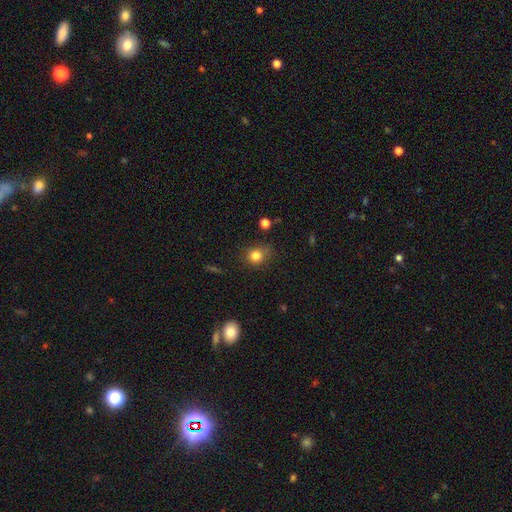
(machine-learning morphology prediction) smooth-or-featured: smooth: 82% | star or artifact: 12% | featured or disk: 6%
  how-rounded: round: 73% | in between: 26% | cigar-shaped: 1%
  merging: none: 73% | minor disturbance: 20% | major disturbance: 6% | merger: 2%